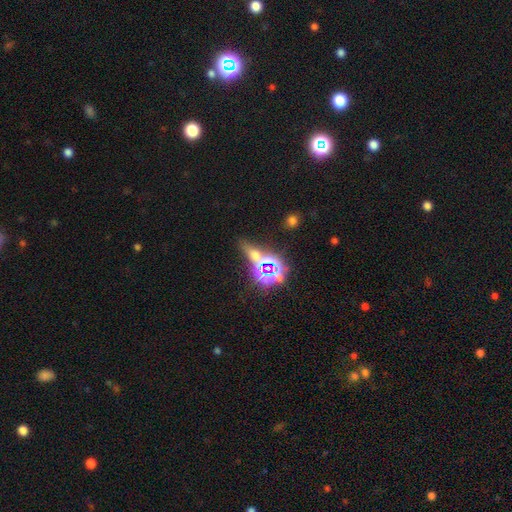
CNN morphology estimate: This appears to be a star or artifact, not a galaxy (54%).